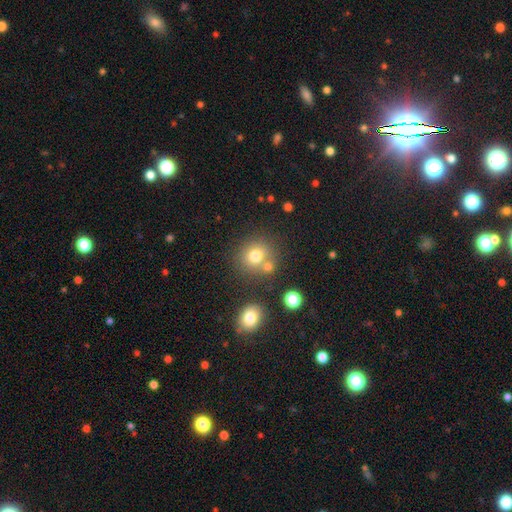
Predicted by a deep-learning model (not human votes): Smooth or featured?
  - smooth: 75% *
  - star or artifact: 14%
  - featured or disk: 11%
How rounded?
  - round: 85% *
  - in between: 14%
  - cigar-shaped: 1%
Merging?
  - none: 65% *
  - merger: 22%
  - minor disturbance: 9%
  - major disturbance: 4%